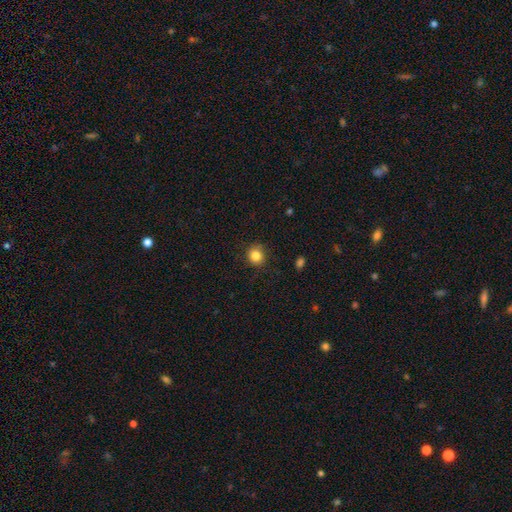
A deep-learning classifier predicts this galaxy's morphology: type=smooth (84%); roundness=round (84%); merging=none (85%).